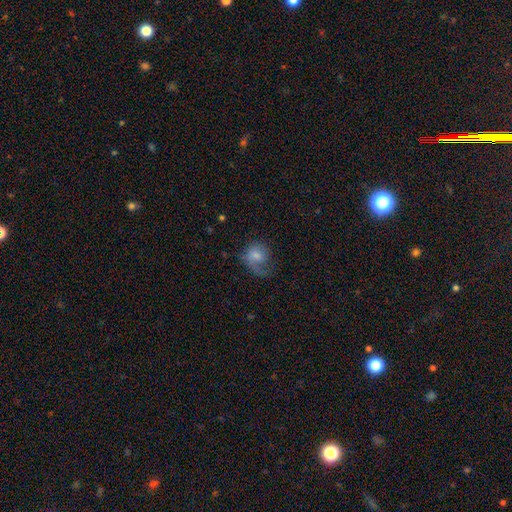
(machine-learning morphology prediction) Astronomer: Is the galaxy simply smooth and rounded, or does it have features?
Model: smooth — 57% (runner-up: featured or disk, 34%).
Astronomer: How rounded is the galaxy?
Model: round — 54% (runner-up: in between, 45%).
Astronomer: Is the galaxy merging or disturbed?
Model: major disturbance — 38% (runner-up: none, 35%).